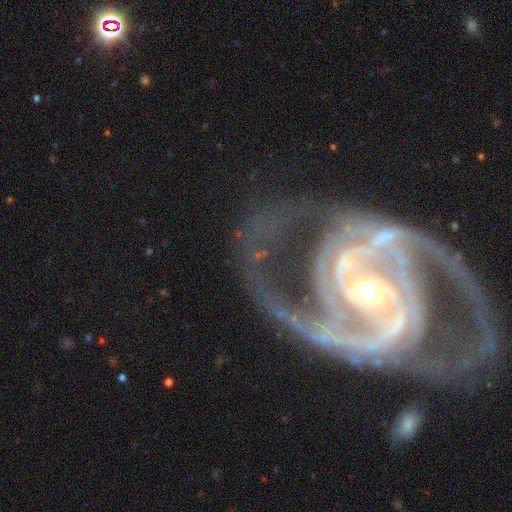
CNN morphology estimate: type=featured or disk (93%); edge-on=no (98%); bar=strong (46%); spiral arms=yes (98%); winding=medium (52%); arm count=2 (70%); bulge=small (60%); merging=none (60%).